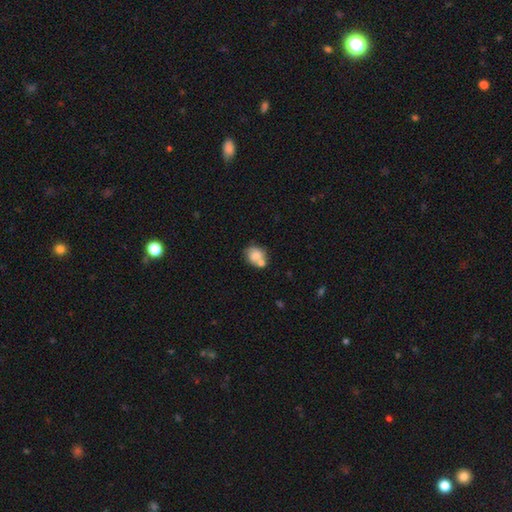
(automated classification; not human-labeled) The model was most divided on "merging": none: 44%, merger: 38%, minor disturbance: 14%, major disturbance: 4%. More confident: smooth or featured — smooth (76%); how rounded — round (57%).